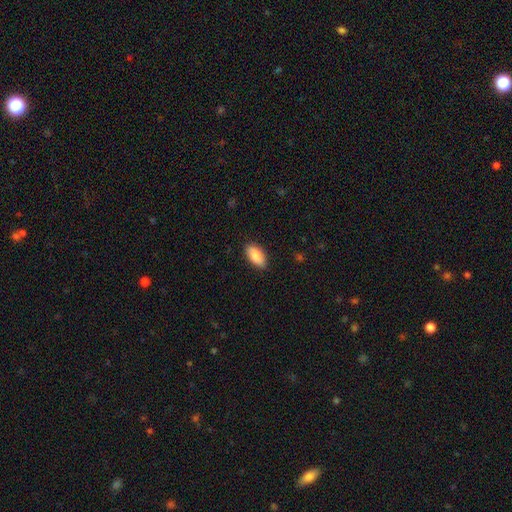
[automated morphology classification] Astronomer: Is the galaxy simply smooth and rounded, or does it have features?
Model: smooth — 86%.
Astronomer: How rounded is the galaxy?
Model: in between — 92%.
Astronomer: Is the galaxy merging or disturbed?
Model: none — 87%.